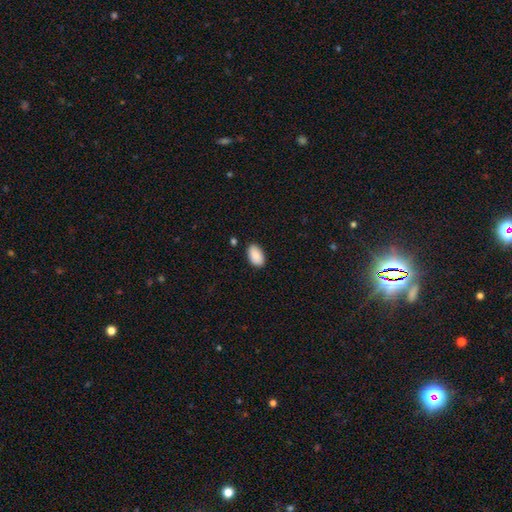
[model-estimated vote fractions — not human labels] This is clearly a smooth galaxy (89%). How rounded: clearly in between (94%). Merging: clearly none (86%).